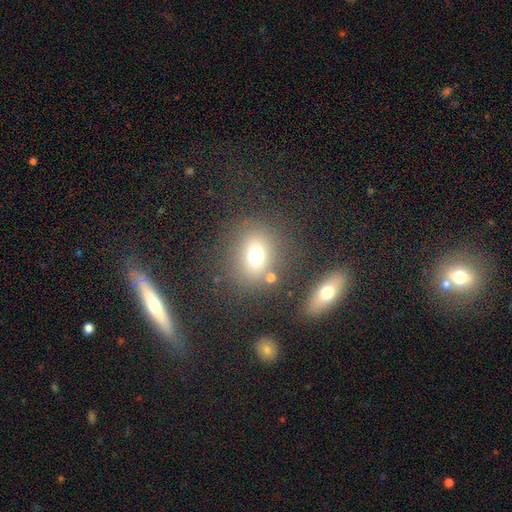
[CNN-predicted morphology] A smooth galaxy with no disk features (70%) that is round (65%). Merging: none (73%).